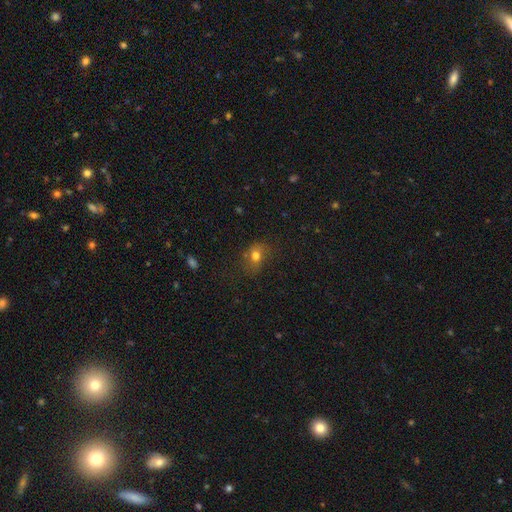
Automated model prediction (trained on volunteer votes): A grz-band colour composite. It shows a smooth galaxy with no disk features (73%) that is in between round and cigar-shaped (59%). Merging: none (61%).